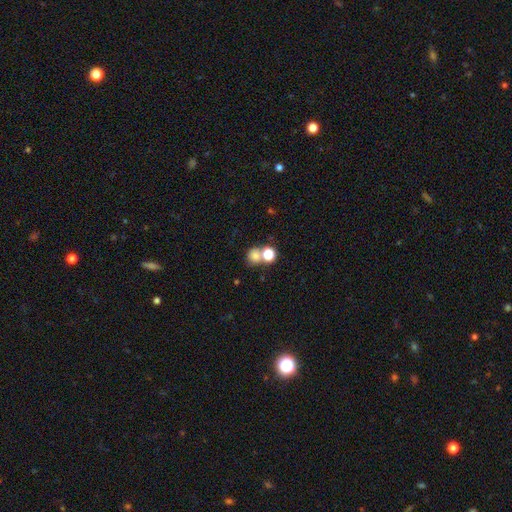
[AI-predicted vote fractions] smooth-or-featured: smooth: 75% | star or artifact: 15% | featured or disk: 10%
  how-rounded: round: 82% | in between: 17% | cigar-shaped: 1%
  merging: none: 47% | merger: 41% | minor disturbance: 7% | major disturbance: 4%